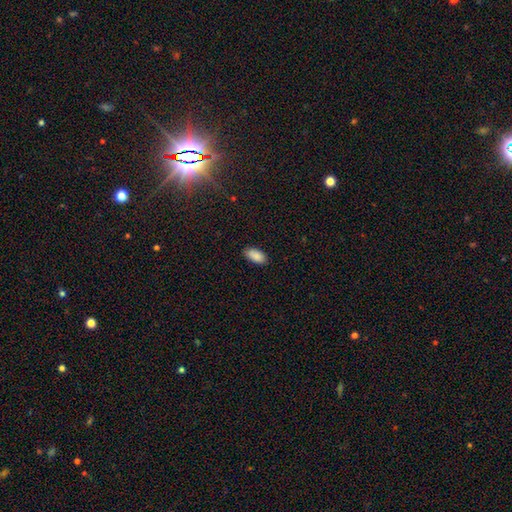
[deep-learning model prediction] Smooth or featured? Predicted: smooth (p=0.89). How rounded? Predicted: in between (p=0.93). Merging? Predicted: none (p=0.84).